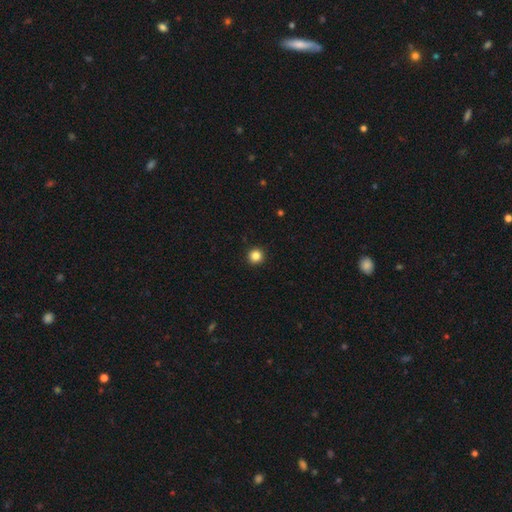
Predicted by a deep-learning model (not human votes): smooth_or_featured: smooth (p=0.85) [alt: star or artifact p=0.11]
how_rounded: round (p=0.95) [alt: in between p=0.04]
merging: none (p=0.93) [alt: minor disturbance p=0.04]